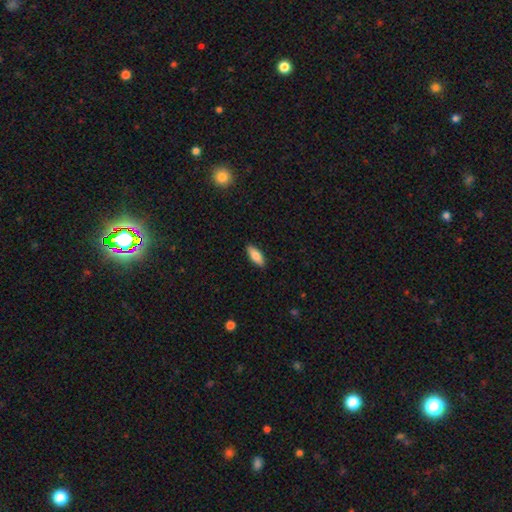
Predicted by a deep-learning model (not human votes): This appears to be a smooth galaxy with no disk features (81%) that is in between round and cigar-shaped (72%). Merging: none (89%).